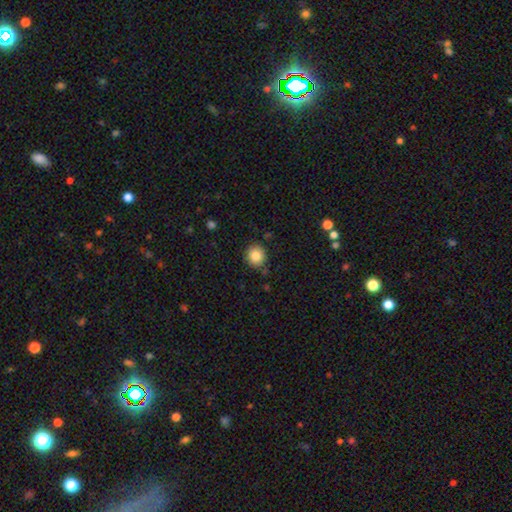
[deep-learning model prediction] A smooth galaxy with no disk features (85%) that is round (88%).

Vote fractions:
- Smooth or featured? smooth: 85% / star or artifact: 10% / featured or disk: 6%
- How rounded? round: 88% / in between: 11% / cigar-shaped: 1%
- Merging? none: 85% / minor disturbance: 10% / major disturbance: 2% / merger: 2%